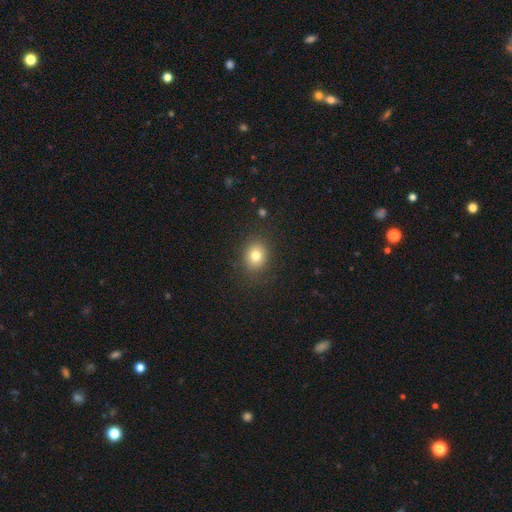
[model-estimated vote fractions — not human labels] smooth_or_featured: smooth (p=0.79) [alt: star or artifact p=0.11]
how_rounded: round (p=0.59) [alt: in between p=0.40]
merging: none (p=0.86) [alt: minor disturbance p=0.09]